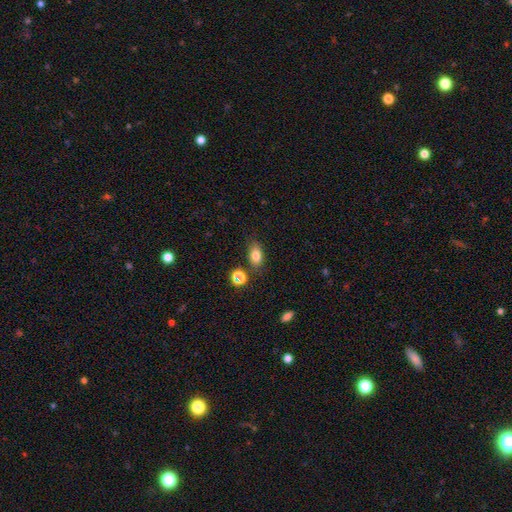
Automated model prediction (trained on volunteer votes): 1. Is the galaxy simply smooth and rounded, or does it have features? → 79% smooth, 12% star or artifact, 9% featured or disk.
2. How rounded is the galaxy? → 81% in between, 16% round, 3% cigar-shaped.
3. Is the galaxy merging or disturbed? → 75% none, 14% minor disturbance, 7% merger, 4% major disturbance.